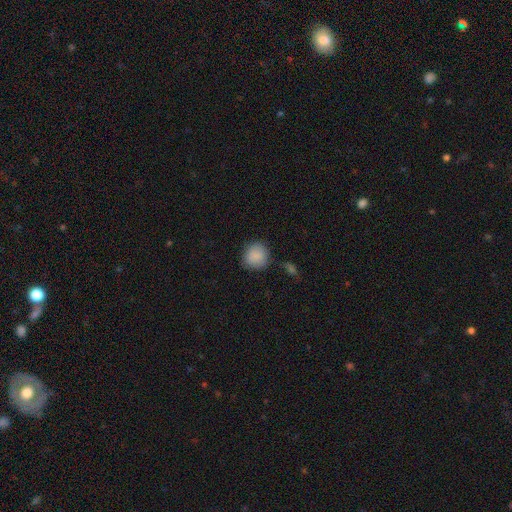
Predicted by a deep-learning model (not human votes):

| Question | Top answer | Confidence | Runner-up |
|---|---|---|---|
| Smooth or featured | smooth | 87% | star or artifact (8%) |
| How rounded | round | 83% | in between (16%) |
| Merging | none | 74% | minor disturbance (16%) |